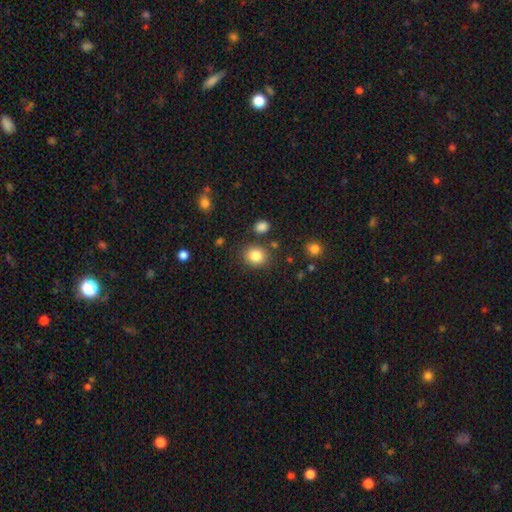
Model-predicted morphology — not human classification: A smooth galaxy with no disk features (84%) that is round (73%).

Vote fractions:
- Smooth or featured? smooth: 84% / star or artifact: 10% / featured or disk: 6%
- How rounded? round: 73% / in between: 26% / cigar-shaped: 1%
- Merging? none: 83% / minor disturbance: 9% / merger: 4% / major disturbance: 3%